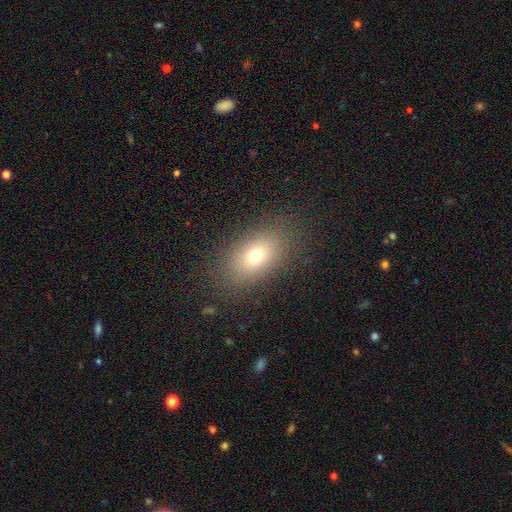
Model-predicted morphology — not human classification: This is likely a smooth galaxy (70%). How rounded: clearly in between (83%). Merging: clearly none (84%).